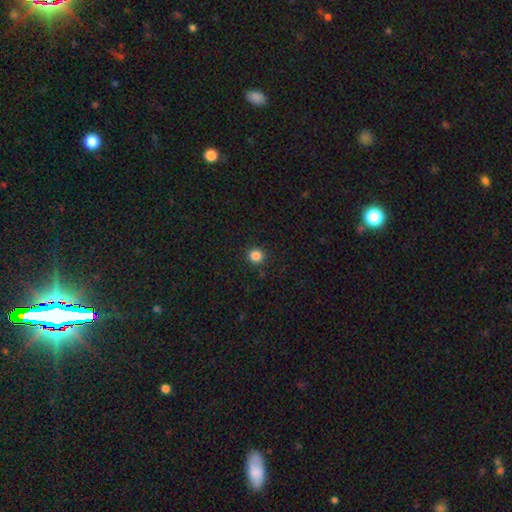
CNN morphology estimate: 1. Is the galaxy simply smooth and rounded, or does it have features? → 84% smooth, 12% star or artifact, 4% featured or disk.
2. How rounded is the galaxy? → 94% round, 5% in between, 1% cigar-shaped.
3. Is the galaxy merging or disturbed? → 92% none, 5% minor disturbance, 2% major disturbance, 1% merger.